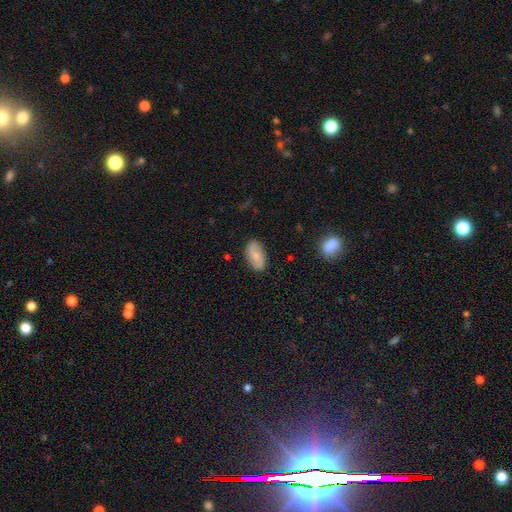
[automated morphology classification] Smooth or featured? Predicted: smooth (p=0.64). How rounded? Predicted: in between (p=0.93). Merging? Predicted: none (p=0.83).